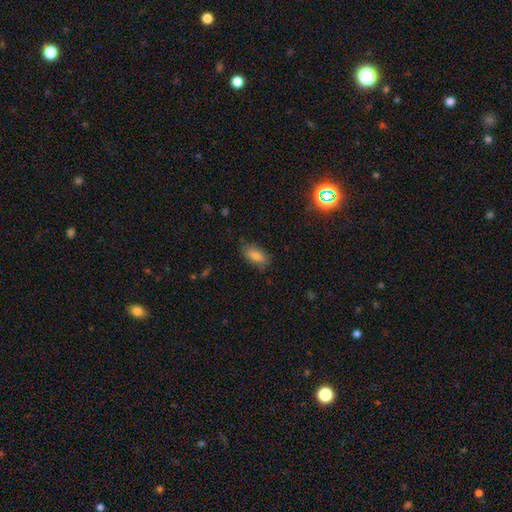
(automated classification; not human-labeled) Smooth or featured? Predicted: smooth (p=0.76). How rounded? Predicted: in between (p=0.86). Merging? Predicted: none (p=0.80).